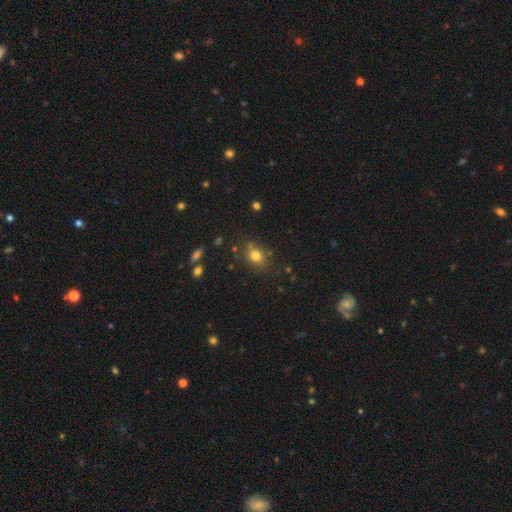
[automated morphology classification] This appears to be a smooth galaxy with no disk features (76%) that is round (52%). Merging: none (75%).